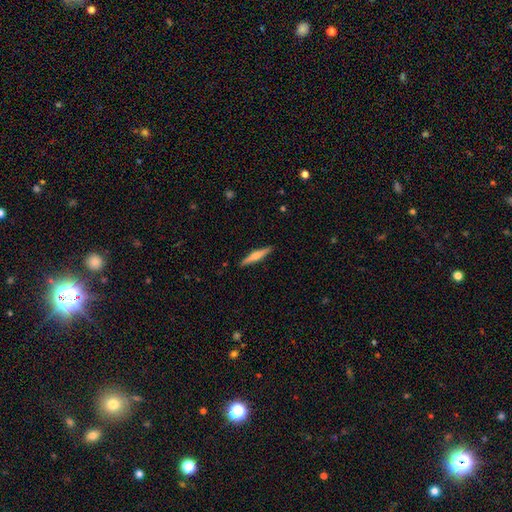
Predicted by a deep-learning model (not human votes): Overall: featured or disk (55%; smooth 40%). Edge-on disk: yes (97%). Edge-on bulge: rounded (79%). Merging: none (90%).